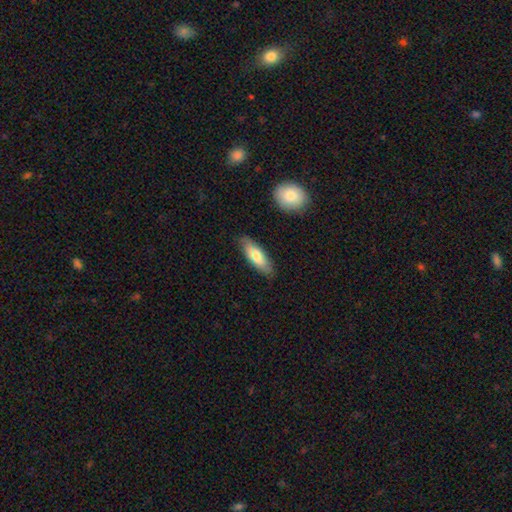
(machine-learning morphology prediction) The model was most divided on "how rounded": in between: 61%, cigar-shaped: 37%, round: 2%. More confident: merging — none (83%); smooth or featured — smooth (71%).